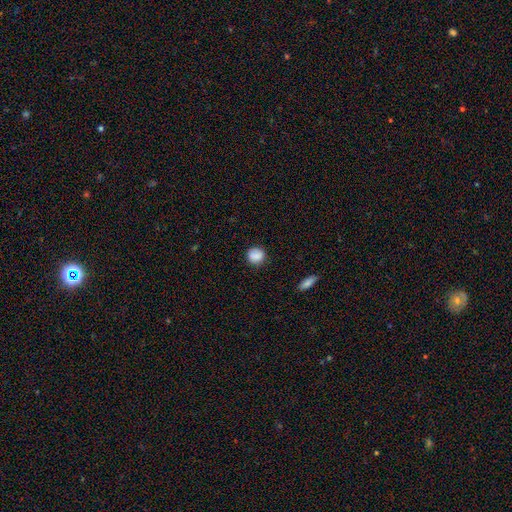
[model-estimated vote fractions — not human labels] Overall: smooth (88%). How rounded: round (88%). Merging: none (86%).